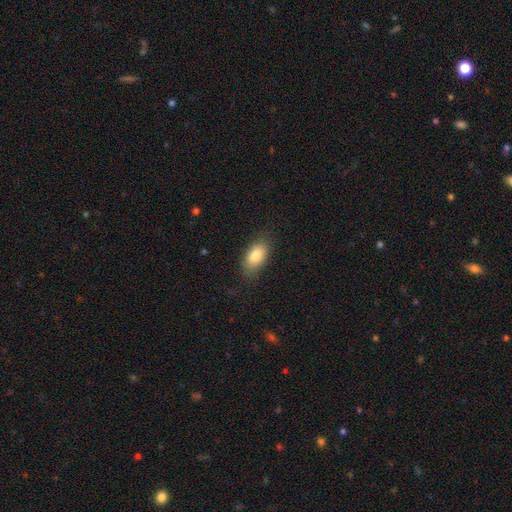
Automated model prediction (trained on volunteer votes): Overall: smooth (81%). How rounded: in between (90%). Merging: none (78%).